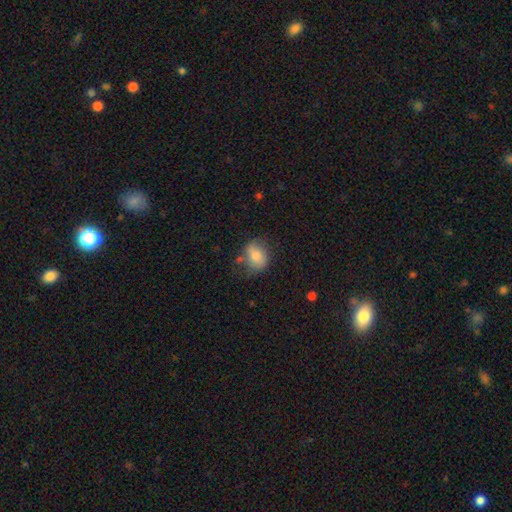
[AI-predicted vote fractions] Smooth or featured: smooth — 70% (featured or disk — 22%)
How rounded: in between — 51% (round — 48%)
Merging: none — 66% (minor disturbance — 23%)